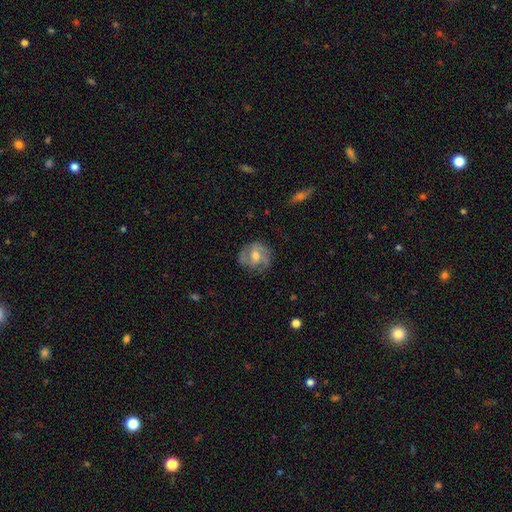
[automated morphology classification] smooth_or_featured: featured or disk (p=0.65) [alt: smooth p=0.27]
disk_edge_on: no (p=0.97) [alt: yes p=0.03]
bar: weak (p=0.45) [alt: no p=0.41]
has_spiral_arms: yes (p=0.85) [alt: no p=0.15]
spiral_winding: medium (p=0.47) [alt: tight p=0.32]
spiral_arm_count: 2 (p=0.57) [alt: can't tell p=0.18]
bulge_size: moderate (p=0.67) [alt: small p=0.24]
merging: none (p=0.72) [alt: minor disturbance p=0.19]